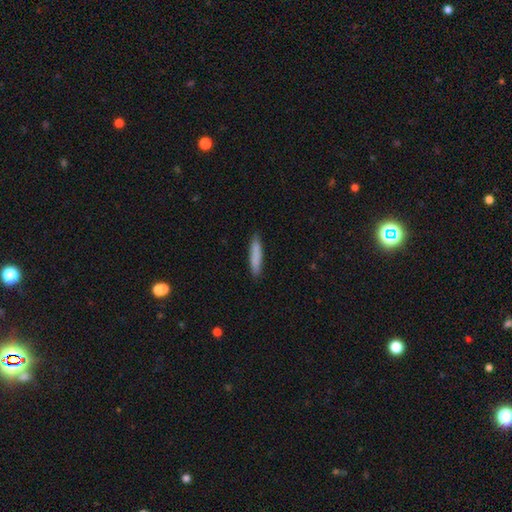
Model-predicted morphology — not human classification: This appears to be a smooth galaxy with no disk features (84%) that is cigar-shaped (87%). Merging: none (88%).